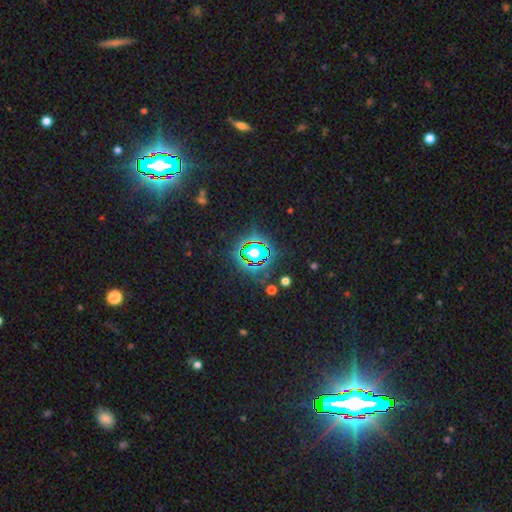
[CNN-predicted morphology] Smooth or featured? star or artifact (70%)